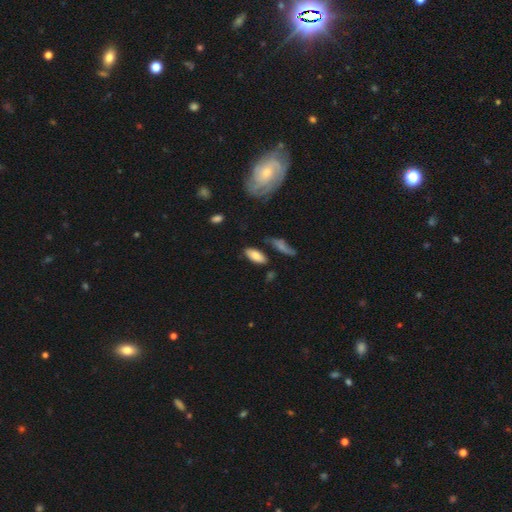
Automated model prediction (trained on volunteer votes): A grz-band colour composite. It shows a smooth galaxy with no disk features (77%) that is in between round and cigar-shaped (86%). Merging: none (73%).